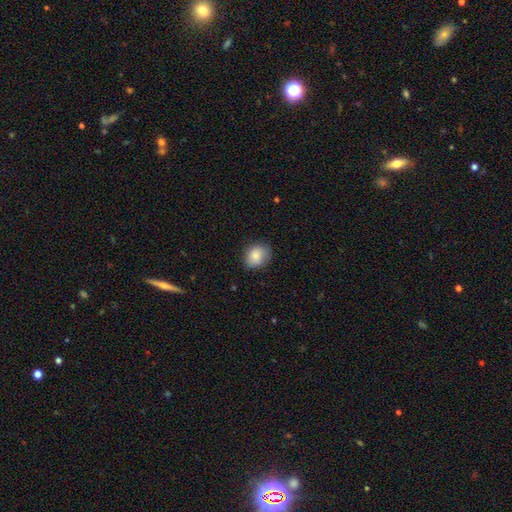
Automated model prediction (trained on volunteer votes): Smooth or featured?
  - smooth: 85% *
  - star or artifact: 8%
  - featured or disk: 8%
How rounded?
  - in between: 53% *
  - round: 46%
  - cigar-shaped: 1%
Merging?
  - none: 79% *
  - minor disturbance: 17%
  - major disturbance: 3%
  - merger: 1%